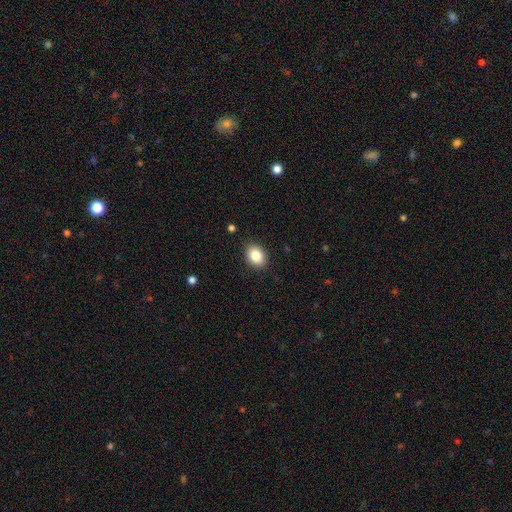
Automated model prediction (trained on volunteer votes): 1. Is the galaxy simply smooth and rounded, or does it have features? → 85% smooth, 9% star or artifact, 6% featured or disk.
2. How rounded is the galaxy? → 68% in between, 31% round, 1% cigar-shaped.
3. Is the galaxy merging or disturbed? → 87% none, 9% minor disturbance, 2% major disturbance, 1% merger.